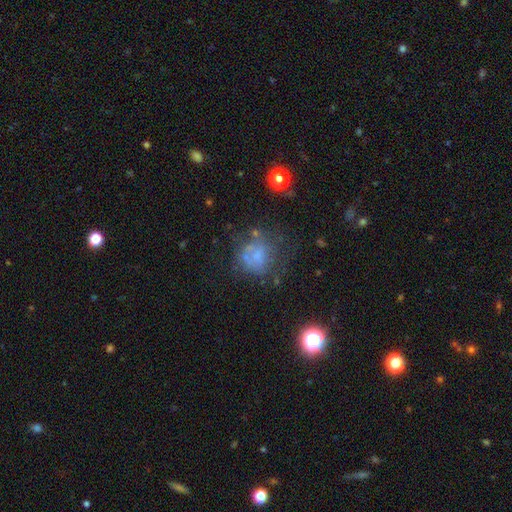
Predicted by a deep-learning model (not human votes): smooth-or-featured: smooth: 46% | featured or disk: 37% | star or artifact: 16%
  merging: none: 45% | major disturbance: 24% | minor disturbance: 23% | merger: 9%